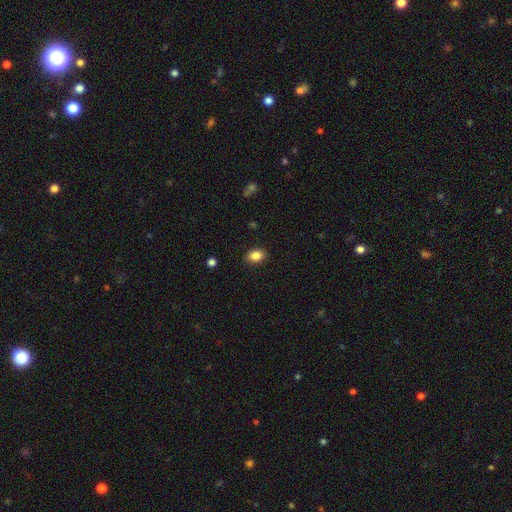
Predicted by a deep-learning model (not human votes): A smooth galaxy with no disk features (86%) that is in between round and cigar-shaped (71%). Merging: none (88%).